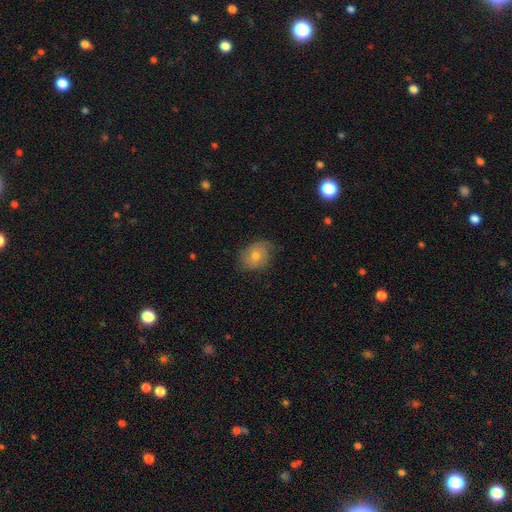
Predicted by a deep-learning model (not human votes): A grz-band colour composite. It shows a smooth galaxy with no disk features (56%) that is in between round and cigar-shaped (60%). Merging: none (73%).